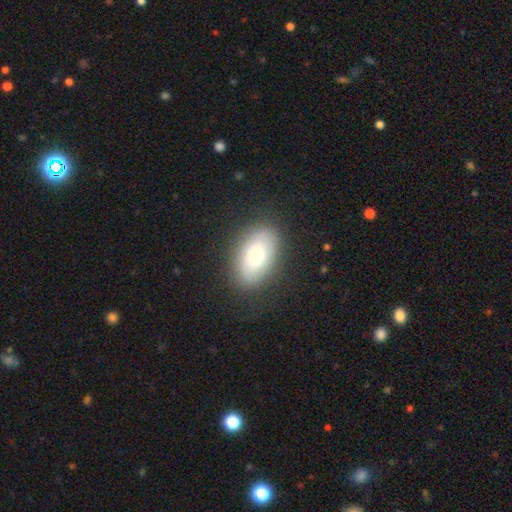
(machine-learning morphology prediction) A smooth galaxy with no disk features (67%) that is in between round and cigar-shaped (89%).

Vote fractions:
- Smooth or featured? smooth: 67% / featured or disk: 25% / star or artifact: 9%
- How rounded? in between: 89% / round: 9% / cigar-shaped: 2%
- Merging? none: 84% / minor disturbance: 11% / major disturbance: 4% / merger: 1%